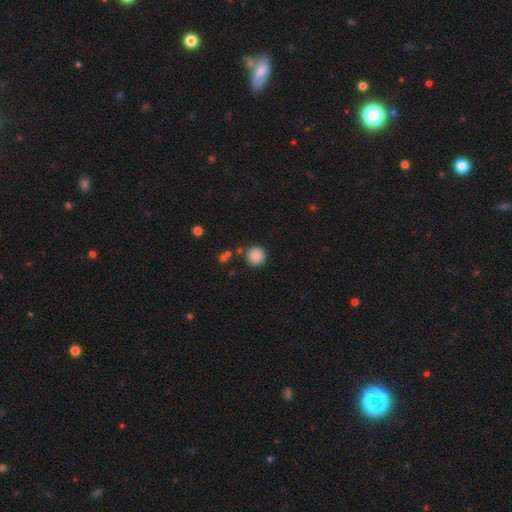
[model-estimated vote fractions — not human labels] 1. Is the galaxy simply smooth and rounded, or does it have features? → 88% smooth, 9% star or artifact, 3% featured or disk.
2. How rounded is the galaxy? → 94% round, 5% in between, 1% cigar-shaped.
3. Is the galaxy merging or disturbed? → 88% none, 7% minor disturbance, 3% merger, 2% major disturbance.